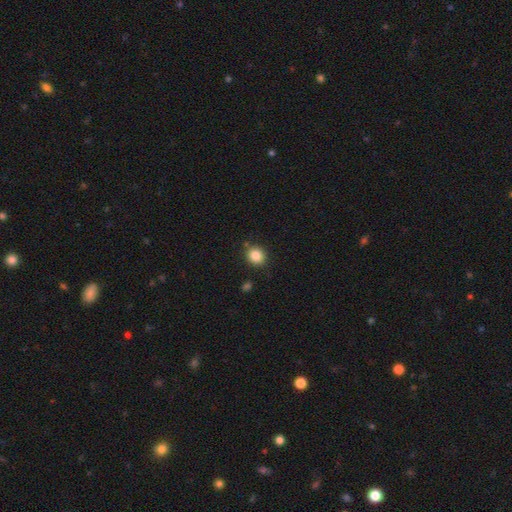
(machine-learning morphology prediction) Smooth or featured? smooth (85%)
How rounded? round (77%)
Merging? none (85%)